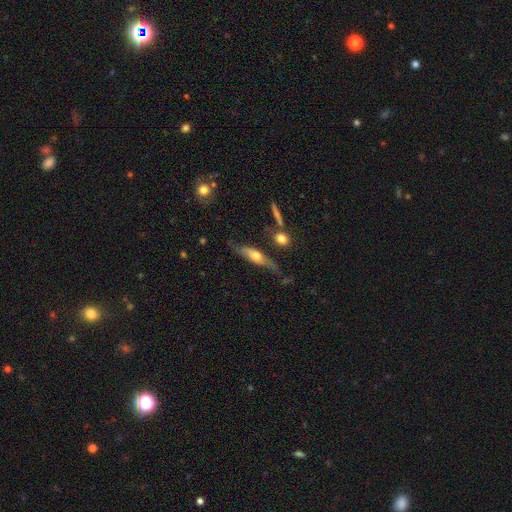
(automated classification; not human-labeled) Smooth or featured? Predicted: featured or disk (p=0.56). Edge-on disk? Predicted: yes (p=0.71). Merging? Predicted: none (p=0.55).